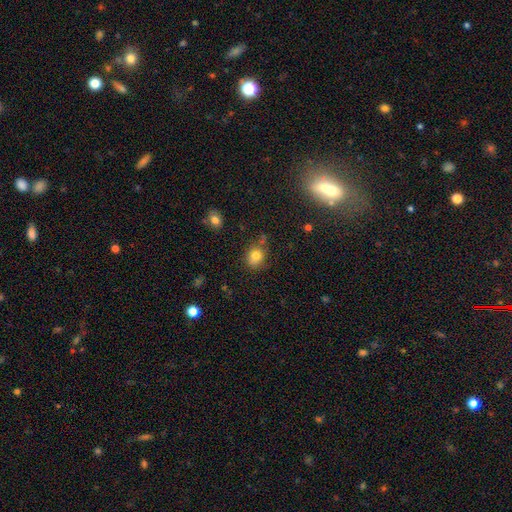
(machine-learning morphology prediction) This is likely a smooth galaxy (79%). How rounded: likely round (67%). Merging: likely none (67%).